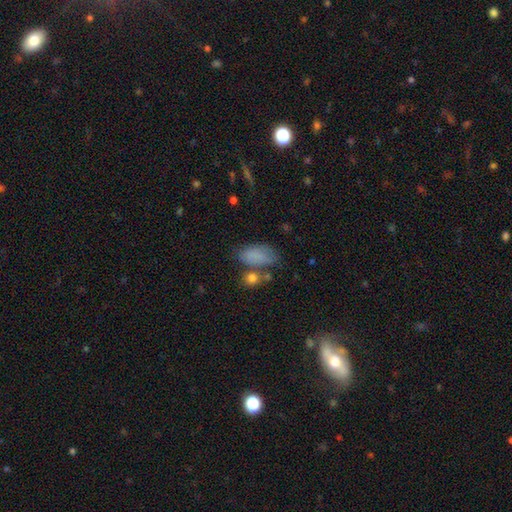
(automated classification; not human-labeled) Smooth or featured?
  - smooth: 78% *
  - featured or disk: 12%
  - star or artifact: 10%
How rounded?
  - in between: 89% *
  - round: 6%
  - cigar-shaped: 4%
Merging?
  - none: 49% *
  - minor disturbance: 25%
  - merger: 14%
  - major disturbance: 12%